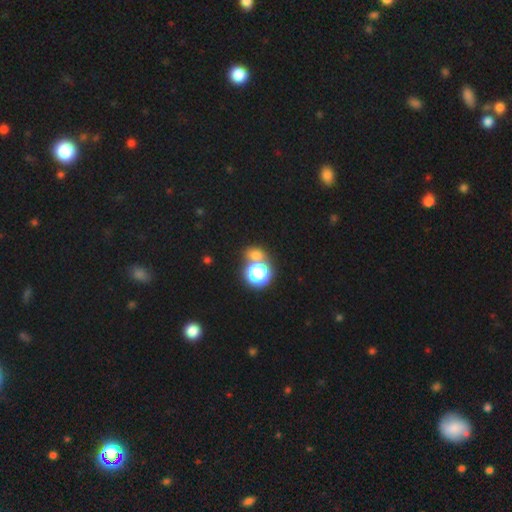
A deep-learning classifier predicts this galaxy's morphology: smooth 61%, star or artifact 31%, featured or disk 8%. Down the decision tree: how rounded — round (64%); merging — none (56%).